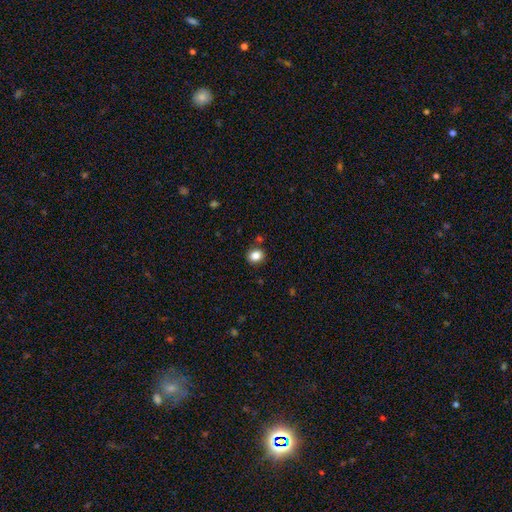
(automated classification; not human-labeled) Morphology: type=smooth (85%); roundness=round (65%); merging=none (86%).